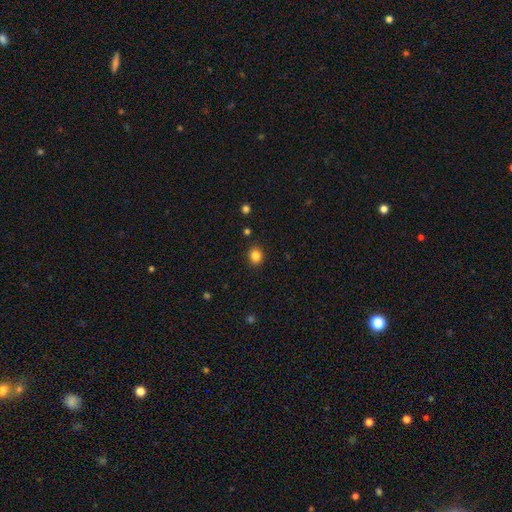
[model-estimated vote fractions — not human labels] Smooth or featured: smooth — 83% (star or artifact — 12%)
How rounded: round — 74% (in between — 25%)
Merging: none — 89% (minor disturbance — 7%)